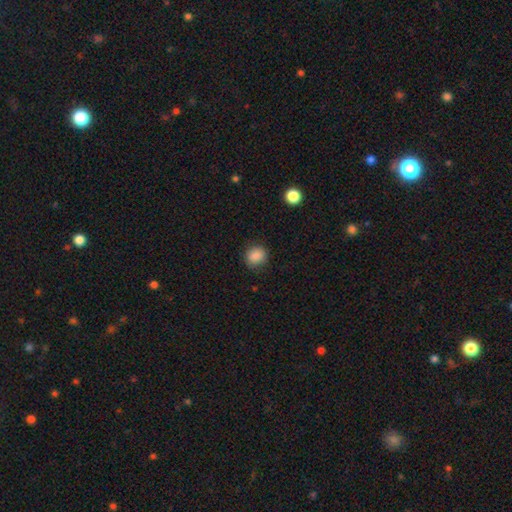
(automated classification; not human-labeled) This is clearly a smooth galaxy (87%). How rounded: likely round (76%). Merging: clearly none (85%).